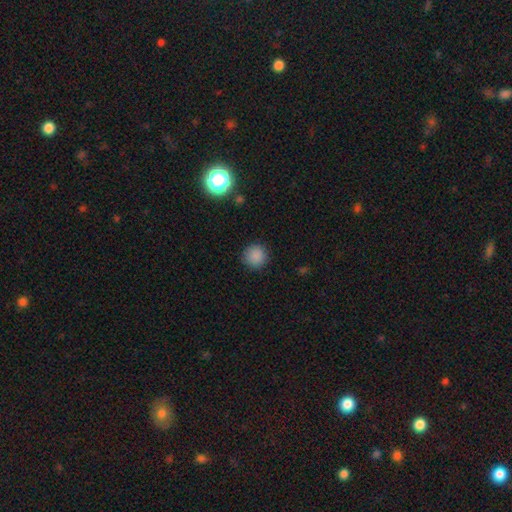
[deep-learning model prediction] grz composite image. It shows a smooth galaxy with no disk features (86%) that is round (94%). Merging: none (90%).